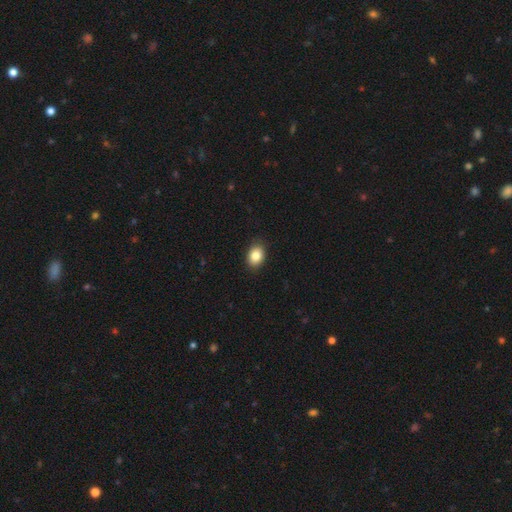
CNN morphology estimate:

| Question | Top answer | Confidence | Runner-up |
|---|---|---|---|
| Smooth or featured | smooth | 85% | star or artifact (8%) |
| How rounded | in between | 73% | round (26%) |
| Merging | none | 88% | minor disturbance (9%) |